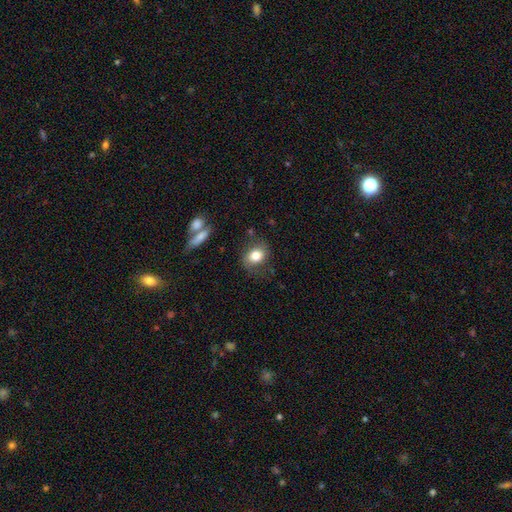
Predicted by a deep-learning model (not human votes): Smooth or featured?
  - smooth: 77% *
  - featured or disk: 14%
  - star or artifact: 9%
How rounded?
  - in between: 52% *
  - round: 46%
  - cigar-shaped: 1%
Merging?
  - none: 72% *
  - minor disturbance: 18%
  - major disturbance: 7%
  - merger: 4%